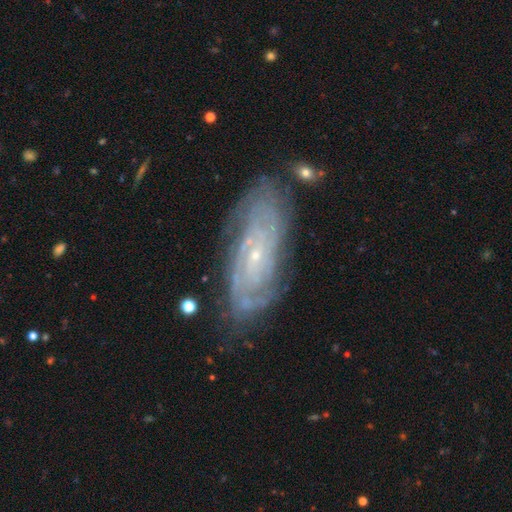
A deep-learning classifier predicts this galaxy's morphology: This appears to be a featured or disk galaxy (86%) with no bar (67%), tight (78%) spiral arms (96%) and a small central bulge (85%). Merging: none (77%).